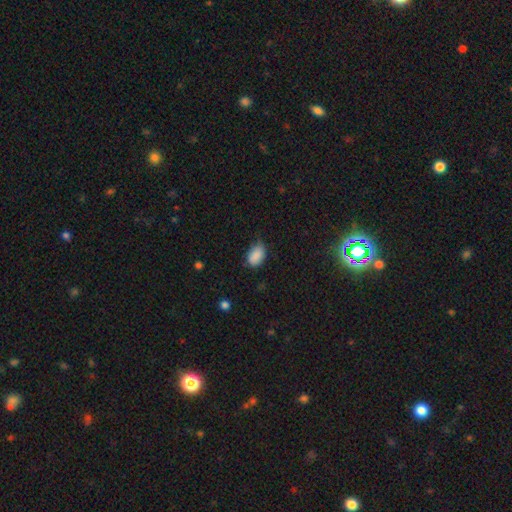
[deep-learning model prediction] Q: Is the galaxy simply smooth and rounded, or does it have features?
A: smooth — 88%.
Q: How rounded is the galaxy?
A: in between — 90%.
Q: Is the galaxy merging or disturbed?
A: none — 61%.